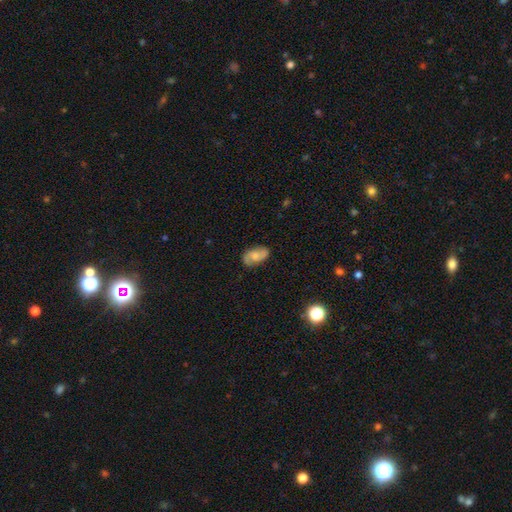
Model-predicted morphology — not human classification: Q: Smooth or featured?
A: featured or disk (51%); runner-up: smooth (41%)
Q: Edge-on disk?
A: no (95%); runner-up: yes (5%)
Q: Merging?
A: none (75%); runner-up: minor disturbance (19%)